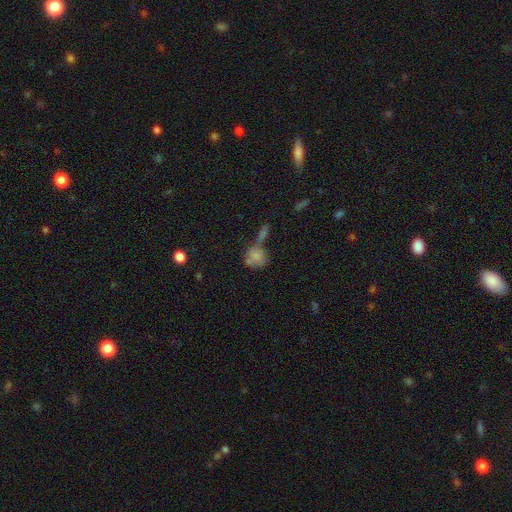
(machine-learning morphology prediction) A smooth galaxy with no disk features (70%) that is round (63%).

Vote fractions:
- Smooth or featured? smooth: 70% / featured or disk: 19% / star or artifact: 11%
- How rounded? round: 63% / in between: 34% / cigar-shaped: 3%
- Merging? merger: 44% / none: 30% / minor disturbance: 14% / major disturbance: 12%